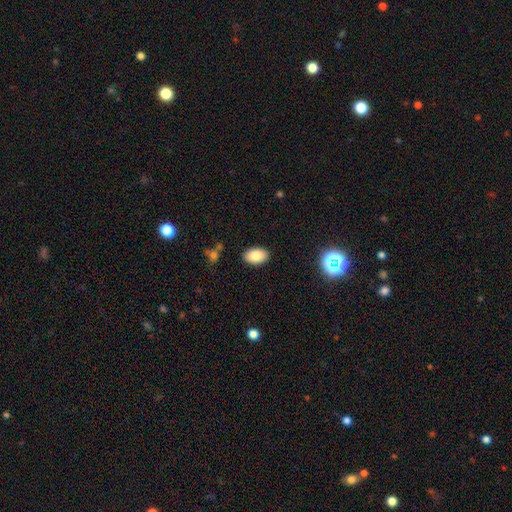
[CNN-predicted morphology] The model was most divided on "smooth or featured": smooth: 84%, star or artifact: 8%, featured or disk: 7%. More confident: how rounded — in between (92%); merging — none (88%).